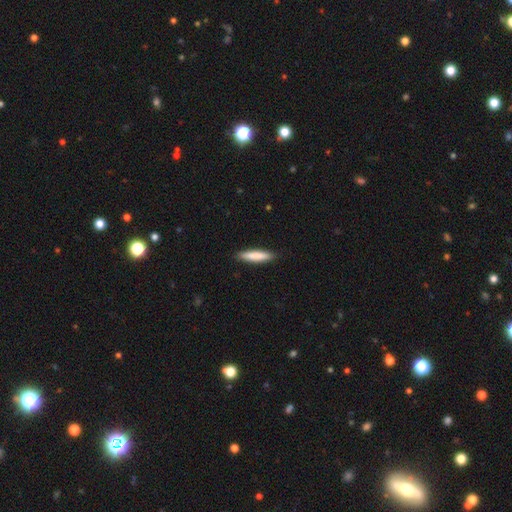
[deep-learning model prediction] The model was most divided on "smooth or featured": smooth: 83%, featured or disk: 12%, star or artifact: 5%. More confident: merging — none (89%); how rounded — cigar-shaped (85%).